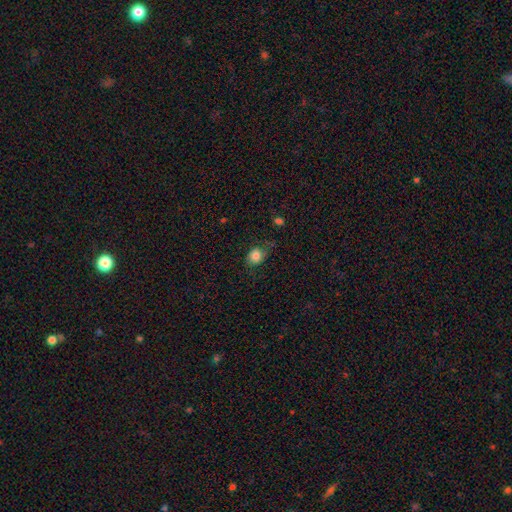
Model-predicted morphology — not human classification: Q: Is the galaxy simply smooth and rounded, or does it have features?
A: smooth — 81%.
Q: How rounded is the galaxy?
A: round — 62%.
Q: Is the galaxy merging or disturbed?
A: none — 64%.